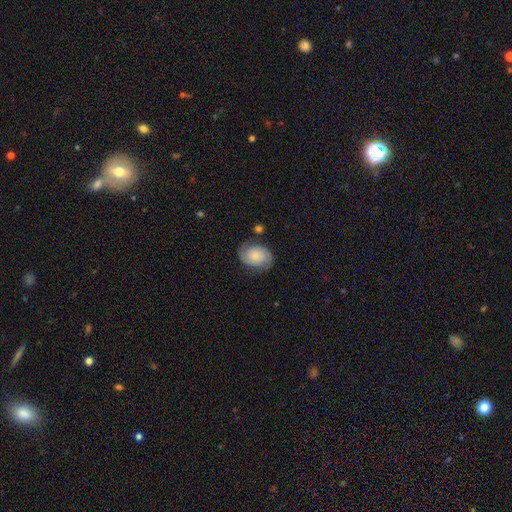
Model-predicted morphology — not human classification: Smooth or featured?
  - smooth: 48% *
  - featured or disk: 44%
  - star or artifact: 8%
Merging?
  - none: 70% *
  - minor disturbance: 20%
  - major disturbance: 7%
  - merger: 3%